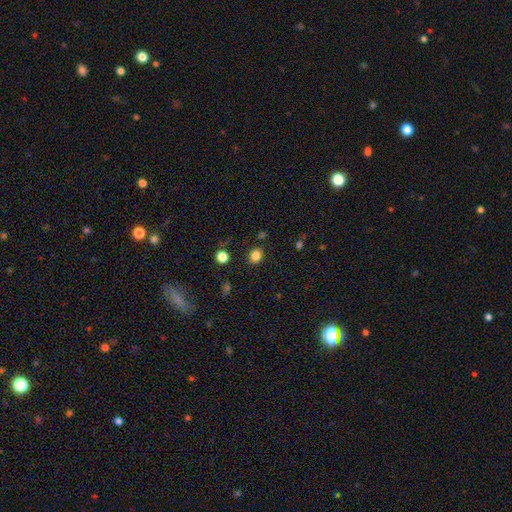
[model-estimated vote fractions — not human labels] Smooth or featured?
  - smooth: 83% *
  - star or artifact: 13%
  - featured or disk: 4%
How rounded?
  - round: 66% *
  - in between: 33%
  - cigar-shaped: 1%
Merging?
  - none: 84% *
  - minor disturbance: 10%
  - merger: 3%
  - major disturbance: 3%